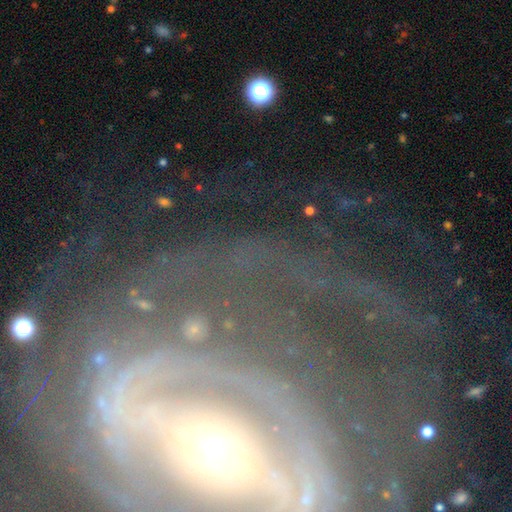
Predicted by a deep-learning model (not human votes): This is clearly a featured or disk galaxy (85%). It is clearly not viewed edge-on (95%). Bar: marginally strong (41%). Spiral arm pattern: clearly yes (92%). Spiral arm count: marginally 2 (30%). Spiral winding: likely tight (64%). Central bulge: likely small (64%). Merging: likely none (66%).